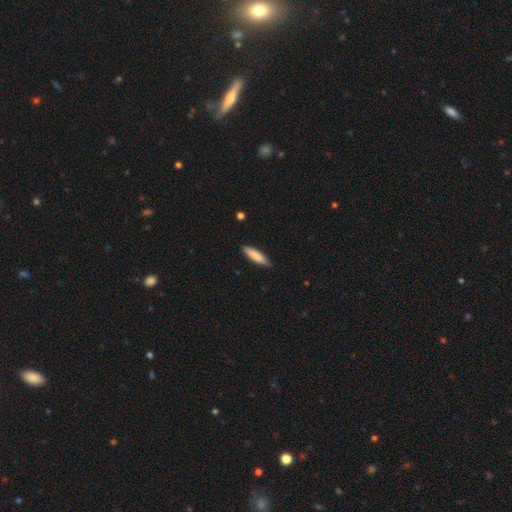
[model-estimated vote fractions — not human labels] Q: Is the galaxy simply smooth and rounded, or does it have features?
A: smooth — 83%.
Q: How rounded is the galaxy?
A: cigar-shaped — 73%.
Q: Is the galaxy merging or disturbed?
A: none — 87%.